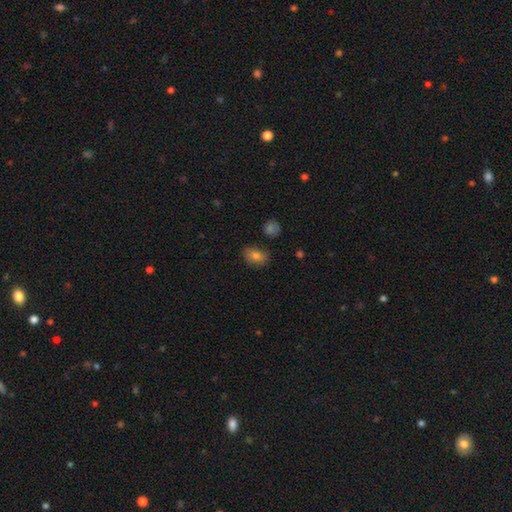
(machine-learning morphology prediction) This appears to be a smooth galaxy with no disk features (80%) that is in between round and cigar-shaped (75%). Merging: none (77%).